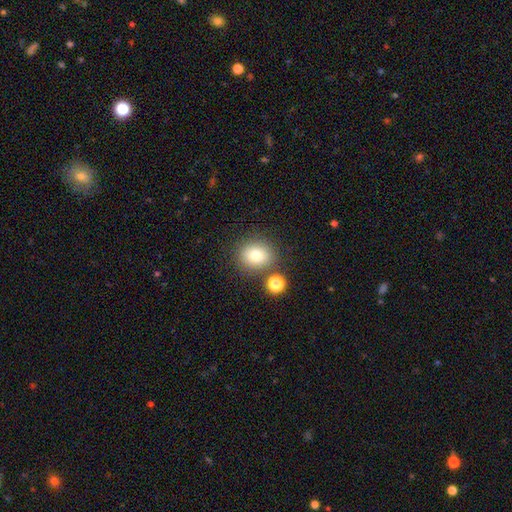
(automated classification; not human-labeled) smooth_or_featured: smooth (p=0.77) [alt: star or artifact p=0.12]
how_rounded: round (p=0.76) [alt: in between p=0.23]
merging: none (p=0.77) [alt: minor disturbance p=0.10]